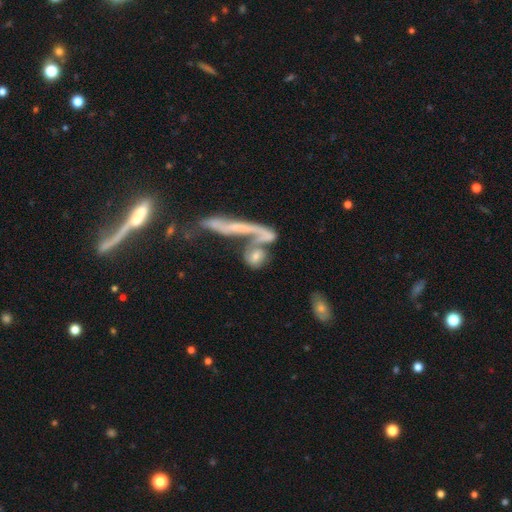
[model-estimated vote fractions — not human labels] smooth-or-featured: smooth: 52% | featured or disk: 39% | star or artifact: 9%
  how-rounded: in between: 43% | round: 31% | cigar-shaped: 26%
  merging: merger: 50% | none: 25% | major disturbance: 15% | minor disturbance: 10%